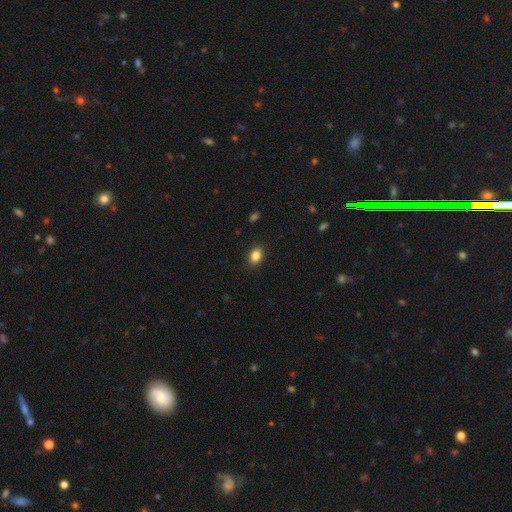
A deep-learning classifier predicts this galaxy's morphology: smooth 85%, star or artifact 10%, featured or disk 5%. Down the decision tree: how rounded — in between (73%); merging — none (88%).